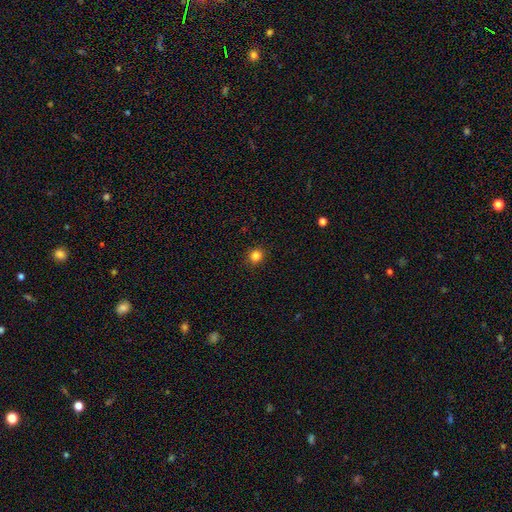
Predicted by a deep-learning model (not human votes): Morphology: type=smooth (83%); roundness=round (85%); merging=none (91%).